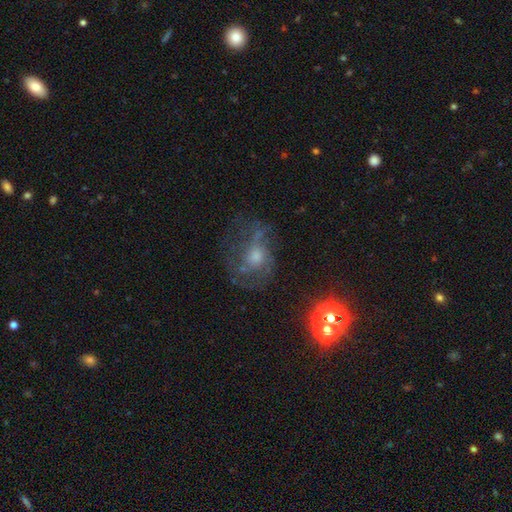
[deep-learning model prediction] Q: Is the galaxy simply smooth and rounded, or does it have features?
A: featured or disk — 60%.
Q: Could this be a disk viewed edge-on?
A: no — 97%.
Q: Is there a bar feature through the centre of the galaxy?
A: no — 79%.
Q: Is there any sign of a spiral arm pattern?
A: yes — 71%.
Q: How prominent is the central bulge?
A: moderate — 46%.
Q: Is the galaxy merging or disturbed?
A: none — 50%.